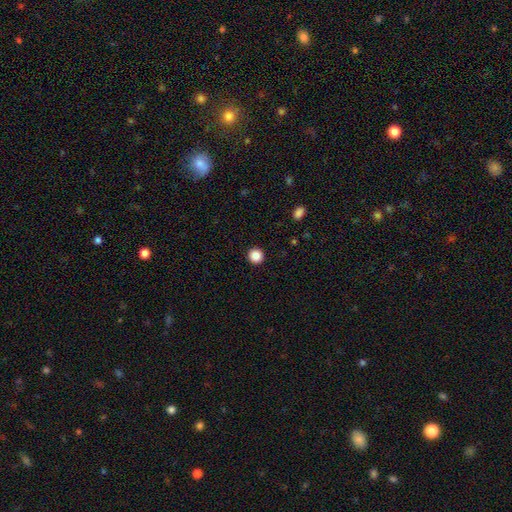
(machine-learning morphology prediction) The model was most divided on "smooth or featured": smooth: 87%, star or artifact: 10%, featured or disk: 3%. More confident: how rounded — round (96%); merging — none (93%).